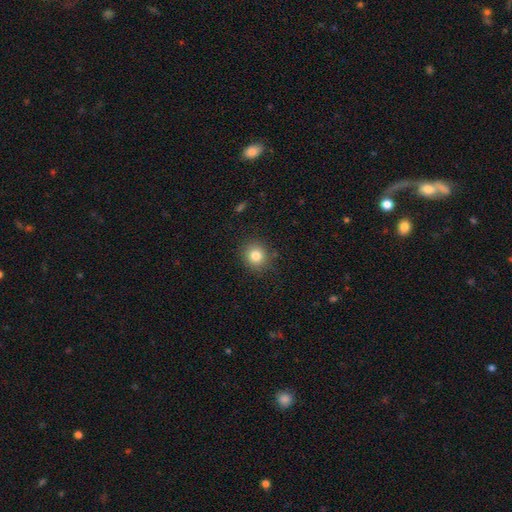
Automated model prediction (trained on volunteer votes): smooth_or_featured: smooth (p=0.82) [alt: star or artifact p=0.11]
how_rounded: round (p=0.83) [alt: in between p=0.16]
merging: none (p=0.86) [alt: minor disturbance p=0.10]